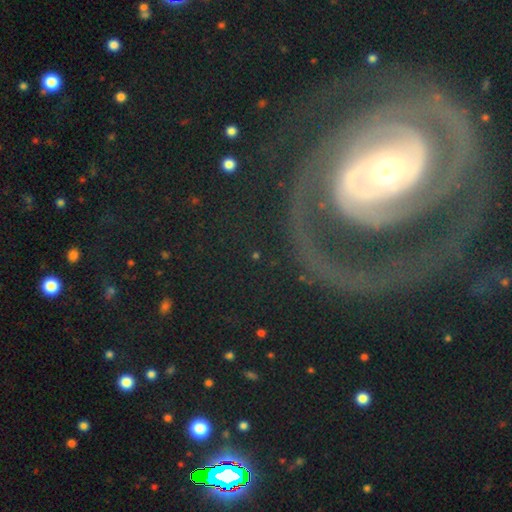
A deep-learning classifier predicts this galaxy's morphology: smooth-or-featured: featured or disk: 77% | star or artifact: 12% | smooth: 11%
  disk-edge-on: no: 96% | yes: 4%
    bar: no: 52% | weak: 26% | strong: 23%
    has-spiral-arms: yes: 85% | no: 15%
      spiral-winding: tight: 48% | medium: 34% | loose: 18%
      spiral-arm-count: 2: 58% | can't tell: 14% | 1: 10% | 3: 7% | 4: 5% | more than 4: 5%
    bulge-size: moderate: 55% | small: 31% | large: 9% | dominant: 3% | none: 2%
  merging: none: 66% | major disturbance: 18% | minor disturbance: 13% | merger: 4%